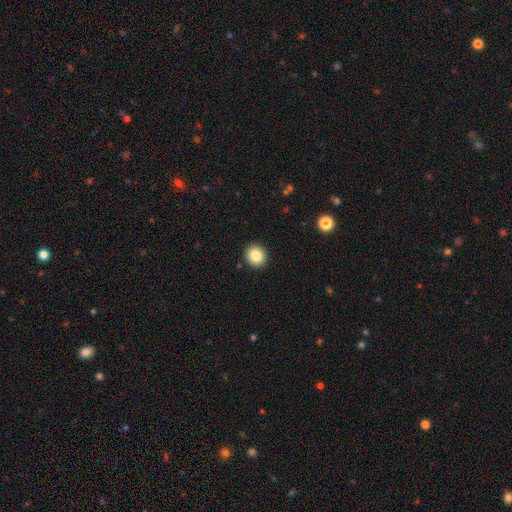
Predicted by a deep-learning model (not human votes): This is clearly a smooth galaxy (84%). How rounded: clearly round (85%). Merging: clearly none (92%).